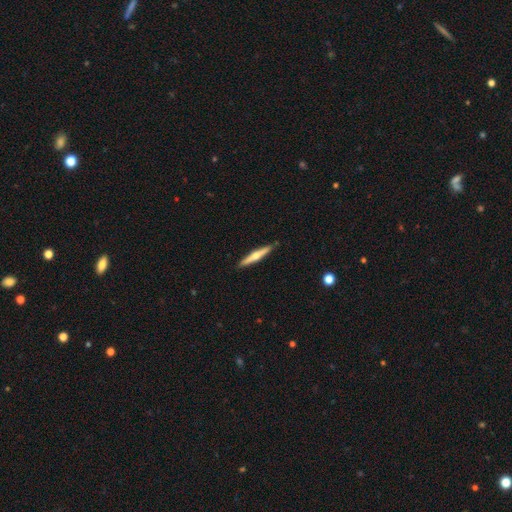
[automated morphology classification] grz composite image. It shows a featured or disk galaxy (59%) viewed edge-on (97%) with a rounded central bulge (87%). Merging: none (90%).